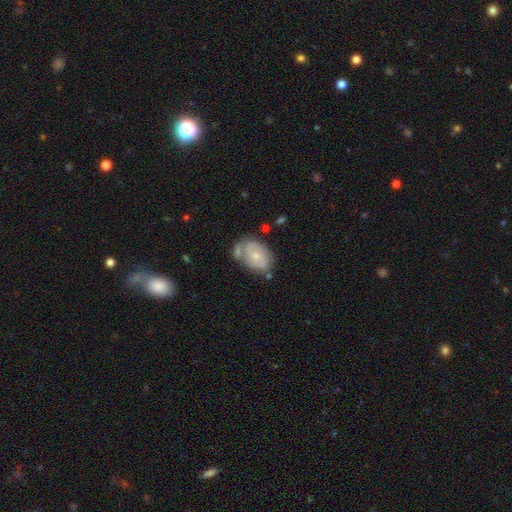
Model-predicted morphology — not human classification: Overall: smooth (49%; featured or disk 44%). Merging: none (51%; minor disturbance 25%).